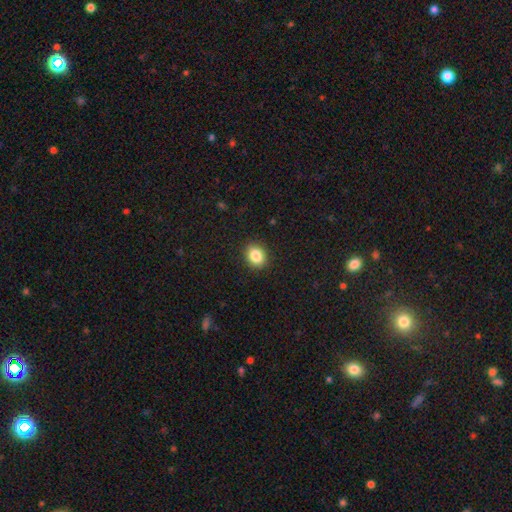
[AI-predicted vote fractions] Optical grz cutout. It shows a smooth galaxy with no disk features (86%) that is round (57%). Merging: none (90%).